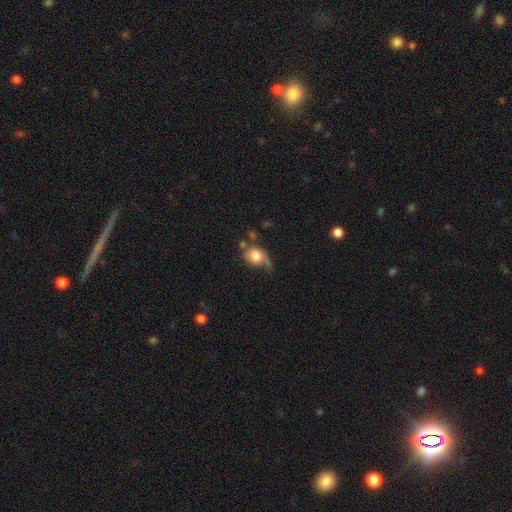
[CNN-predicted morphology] This is likely a smooth galaxy (67%). How rounded: possibly round (51%). Merging: marginally none (30%).